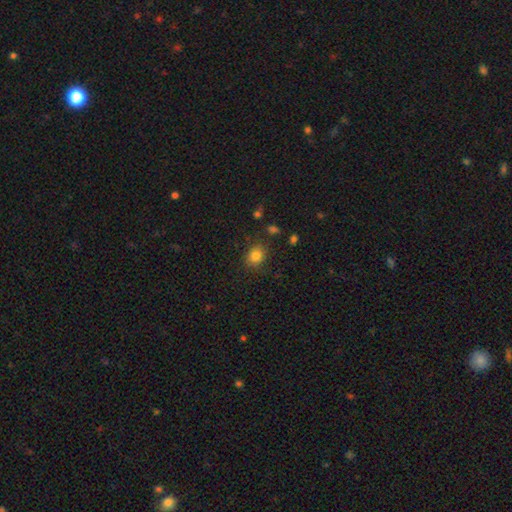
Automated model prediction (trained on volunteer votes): Smooth or featured: smooth — 82% (star or artifact — 11%)
How rounded: round — 55% (in between — 44%)
Merging: none — 82% (minor disturbance — 12%)